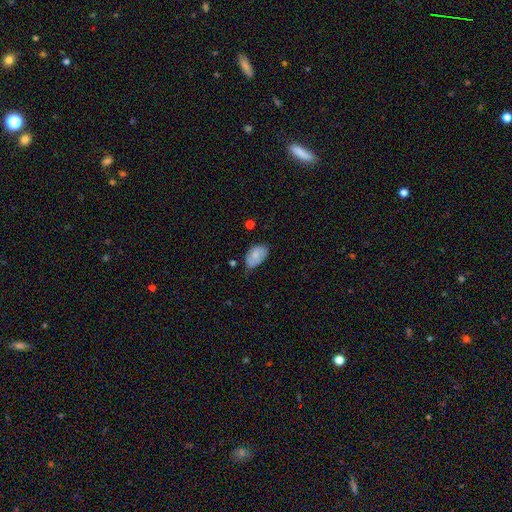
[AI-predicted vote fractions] smooth 77%, featured or disk 16%, star or artifact 7%. Down the decision tree: how rounded — in between (92%); merging — none (55%).